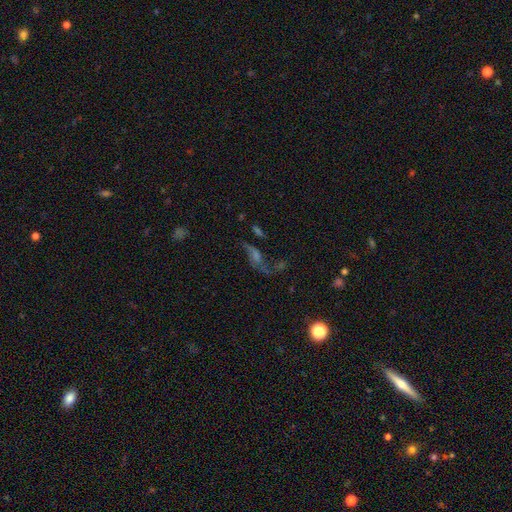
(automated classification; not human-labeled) smooth_or_featured: featured or disk (p=0.58) [alt: star or artifact p=0.24]
disk_edge_on: no (p=0.81) [alt: yes p=0.19]
merging: none (p=0.50) [alt: major disturbance p=0.23]